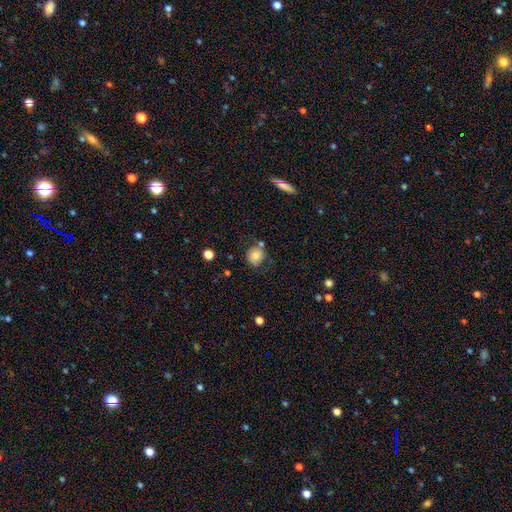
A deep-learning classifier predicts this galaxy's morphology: Smooth or featured? smooth (75%)
How rounded? round (83%)
Merging? none (68%)